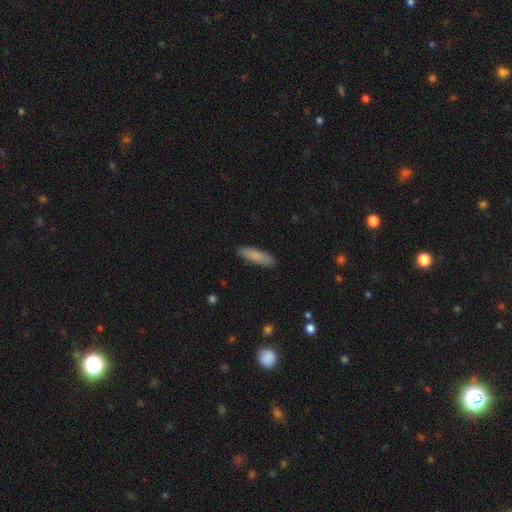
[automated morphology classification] Smooth or featured? smooth (86%)
How rounded? cigar-shaped (63%)
Merging? none (89%)